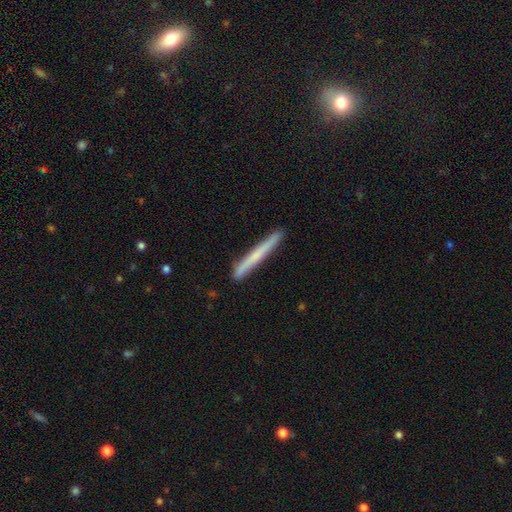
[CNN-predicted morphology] The model was most divided on "smooth or featured": smooth: 57%, featured or disk: 37%, star or artifact: 6%. More confident: how rounded — cigar-shaped (97%); merging — none (90%).